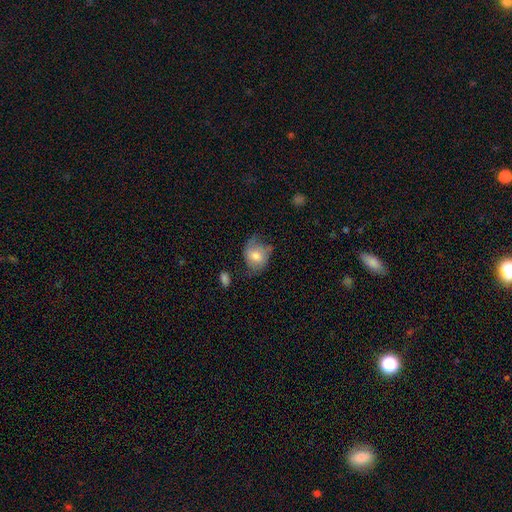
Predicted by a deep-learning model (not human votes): This is possibly a smooth galaxy (57%). How rounded: possibly in between (54%). Merging: marginally none (44%).